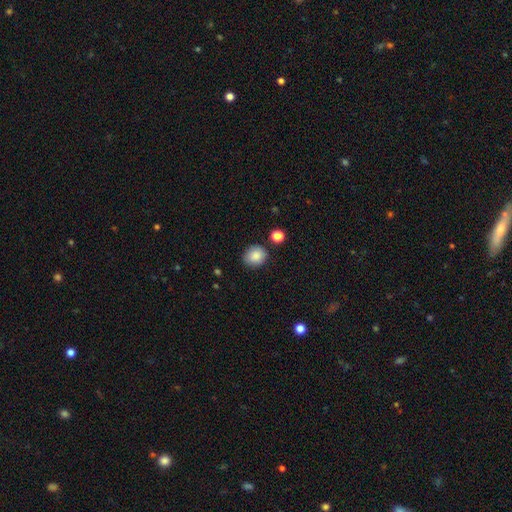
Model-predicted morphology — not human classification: Smooth or featured? Predicted: smooth (p=0.86). How rounded? Predicted: round (p=0.73). Merging? Predicted: none (p=0.81).